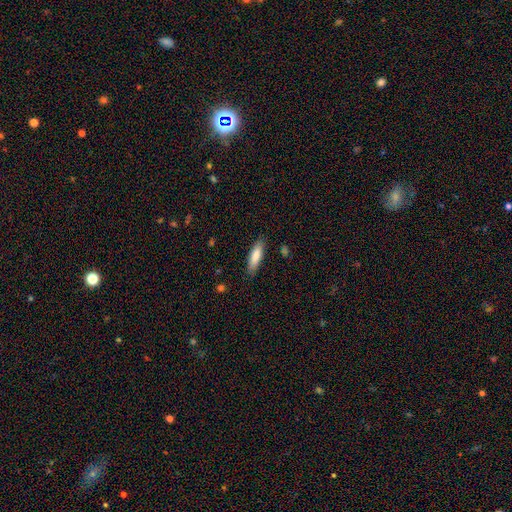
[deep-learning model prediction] Smooth or featured? smooth (82%)
How rounded? cigar-shaped (56%)
Merging? none (85%)